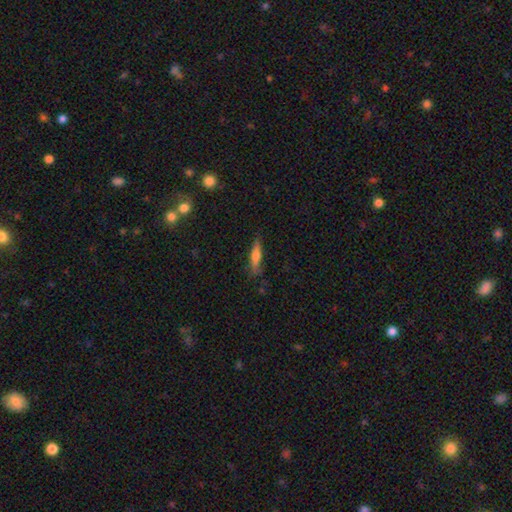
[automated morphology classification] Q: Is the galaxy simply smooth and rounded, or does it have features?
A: smooth — 61%.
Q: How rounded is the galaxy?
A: cigar-shaped — 80%.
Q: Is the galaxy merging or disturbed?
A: none — 80%.